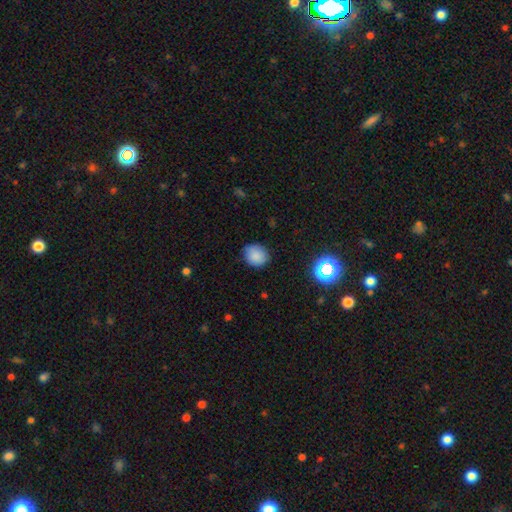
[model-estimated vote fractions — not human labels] This appears to be a smooth galaxy with no disk features (84%) that is round (76%). Merging: none (80%).